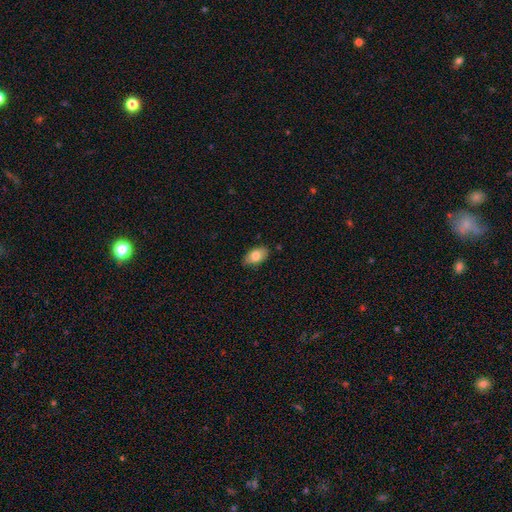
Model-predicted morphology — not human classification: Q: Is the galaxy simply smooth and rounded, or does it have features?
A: smooth — 79%.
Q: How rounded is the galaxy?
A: in between — 93%.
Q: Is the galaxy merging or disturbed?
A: none — 83%.